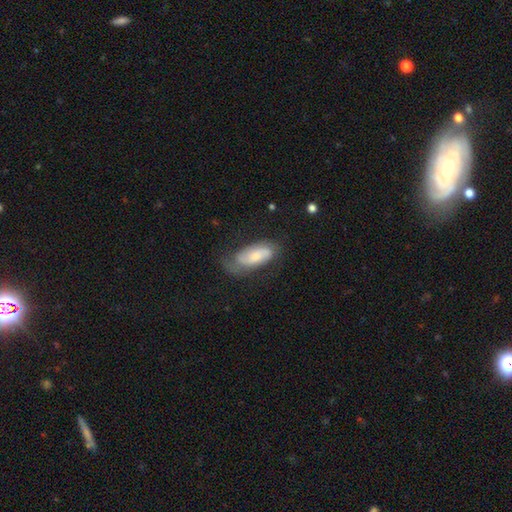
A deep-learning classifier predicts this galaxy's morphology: Smooth or featured? Predicted: featured or disk (p=0.53). Edge-on disk? Predicted: no (p=0.88). Merging? Predicted: none (p=0.58).